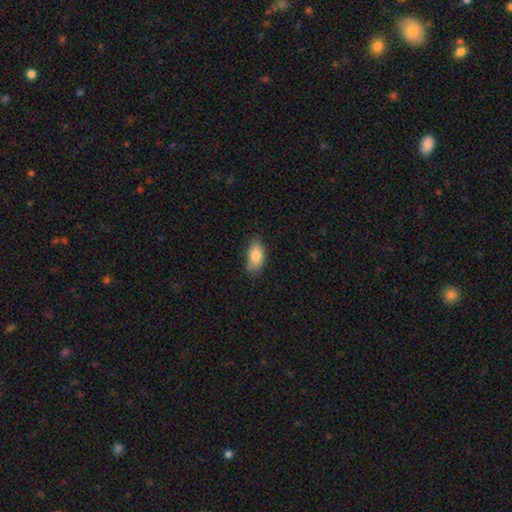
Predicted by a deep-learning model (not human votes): smooth_or_featured: smooth (p=0.82) [alt: featured or disk p=0.11]
how_rounded: in between (p=0.90) [alt: cigar-shaped p=0.05]
merging: none (p=0.73) [alt: minor disturbance p=0.22]